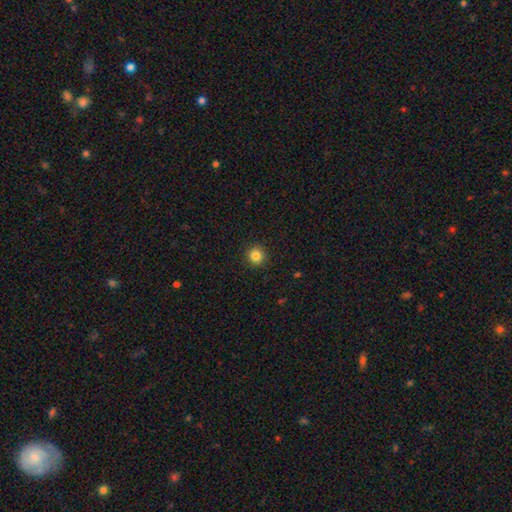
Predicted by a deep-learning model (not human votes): A smooth galaxy with no disk features (84%) that is round (94%).

Vote fractions:
- Smooth or featured? smooth: 84% / star or artifact: 11% / featured or disk: 4%
- How rounded? round: 94% / in between: 5% / cigar-shaped: 1%
- Merging? none: 92% / minor disturbance: 5% / major disturbance: 2% / merger: 1%